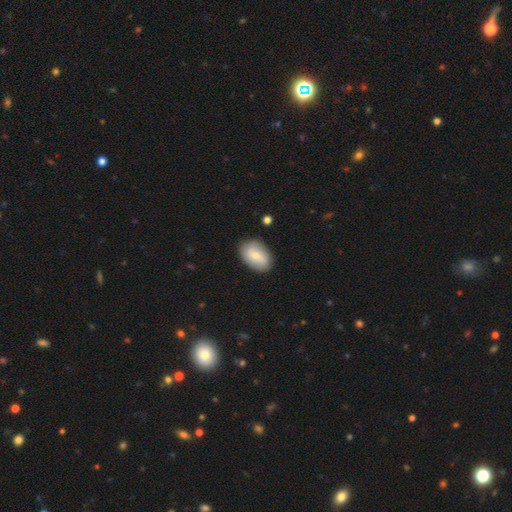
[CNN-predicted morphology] Smooth or featured: smooth — 63% (featured or disk — 31%)
How rounded: in between — 88% (round — 11%)
Merging: none — 84% (minor disturbance — 12%)